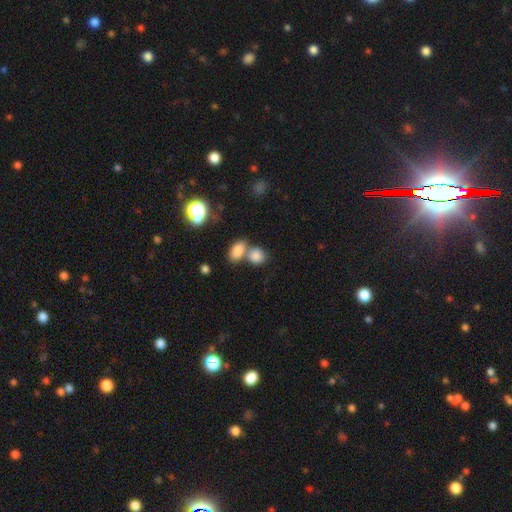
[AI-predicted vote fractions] This is clearly a smooth galaxy (82%). How rounded: possibly in between (53%). Merging: marginally merger (45%).